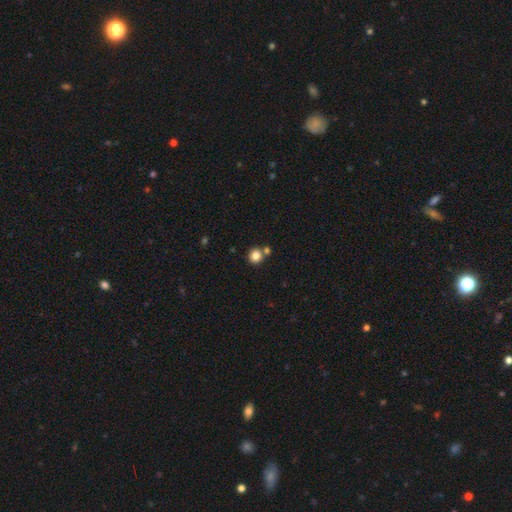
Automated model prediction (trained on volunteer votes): This appears to be a smooth galaxy with no disk features (84%) that is round (89%). Merging: none (70%).